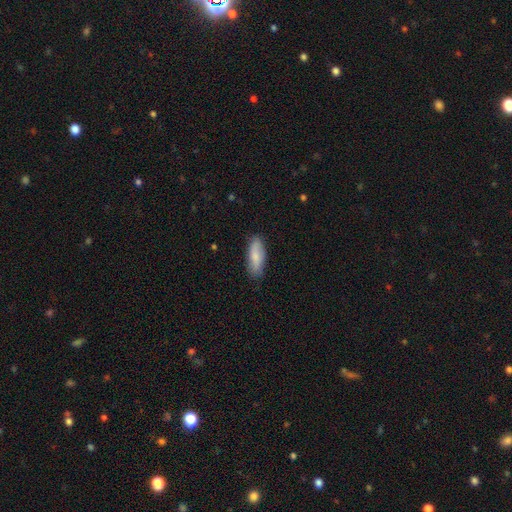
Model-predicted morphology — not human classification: Overall: smooth (78%). How rounded: in between (68%; cigar-shaped 30%). Merging: none (82%).